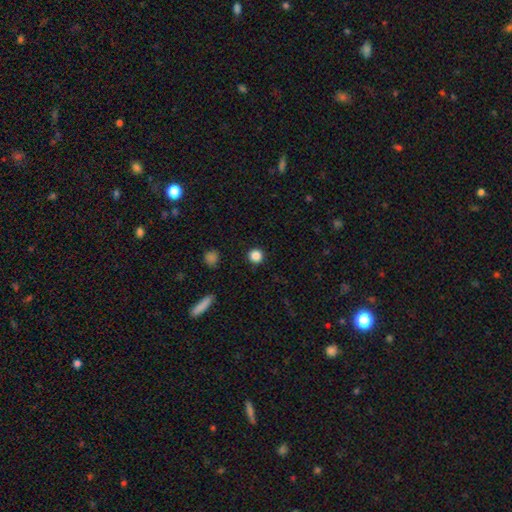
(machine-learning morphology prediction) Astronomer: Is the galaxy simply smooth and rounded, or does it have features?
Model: smooth — 86%.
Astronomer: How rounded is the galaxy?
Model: round — 95%.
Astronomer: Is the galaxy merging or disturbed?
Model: none — 92%.